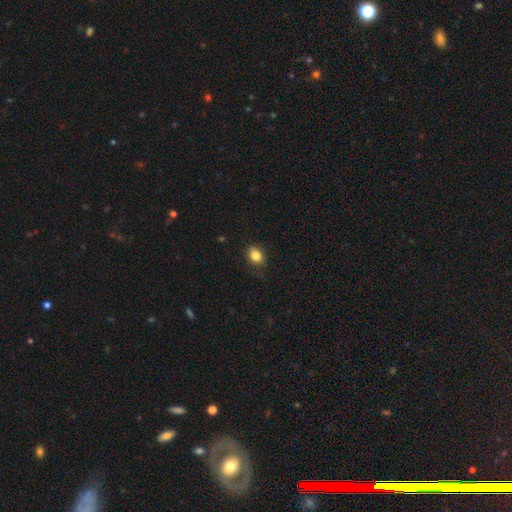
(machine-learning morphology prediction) Q: Smooth or featured?
A: smooth (83%); runner-up: star or artifact (10%)
Q: How rounded?
A: in between (64%); runner-up: round (35%)
Q: Merging?
A: none (78%); runner-up: minor disturbance (17%)